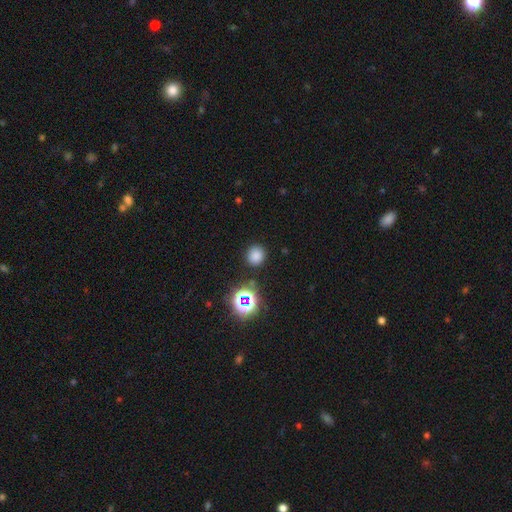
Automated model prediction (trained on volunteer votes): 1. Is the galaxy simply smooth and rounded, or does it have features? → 76% smooth, 19% star or artifact, 5% featured or disk.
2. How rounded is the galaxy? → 87% round, 12% in between, 1% cigar-shaped.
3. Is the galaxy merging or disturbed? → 87% none, 7% minor disturbance, 3% major disturbance, 2% merger.